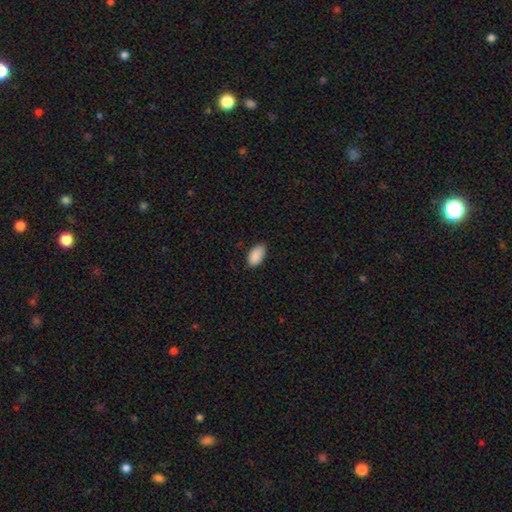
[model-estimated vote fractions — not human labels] A smooth galaxy with no disk features (90%) that is in between round and cigar-shaped (95%). Merging: none (81%).